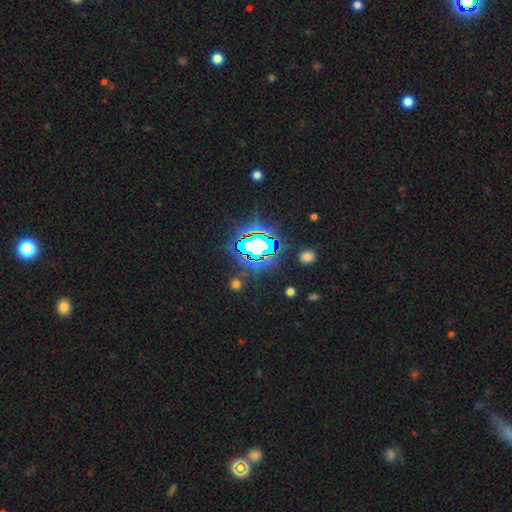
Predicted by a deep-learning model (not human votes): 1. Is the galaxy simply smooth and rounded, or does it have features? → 83% star or artifact, 10% smooth, 7% featured or disk.